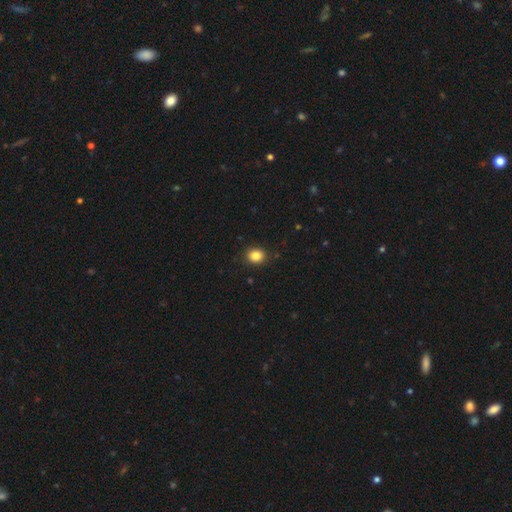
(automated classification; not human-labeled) Overall: smooth (85%). How rounded: round (68%; in between 31%). Merging: none (89%).